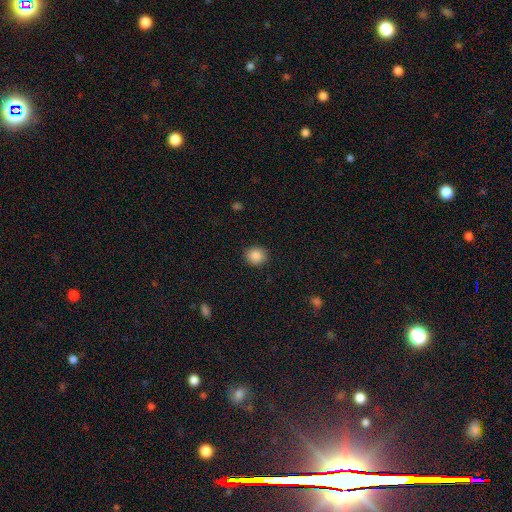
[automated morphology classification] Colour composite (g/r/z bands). It shows a smooth galaxy with no disk features (88%) that is round (78%). Merging: none (90%).